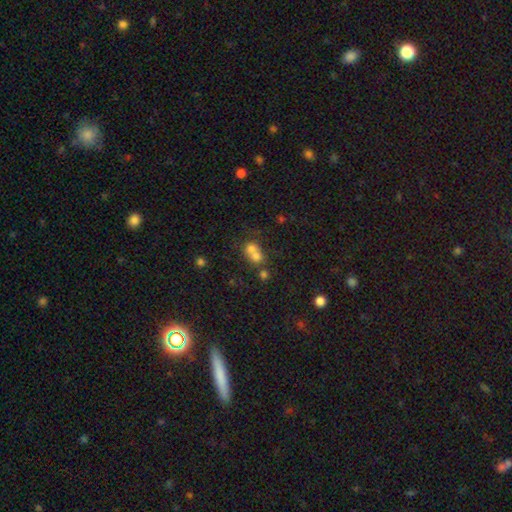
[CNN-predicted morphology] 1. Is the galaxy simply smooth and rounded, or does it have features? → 68% smooth, 18% featured or disk, 14% star or artifact.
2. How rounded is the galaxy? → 73% round, 26% in between, 1% cigar-shaped.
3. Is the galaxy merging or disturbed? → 66% merger, 26% none, 5% minor disturbance, 3% major disturbance.